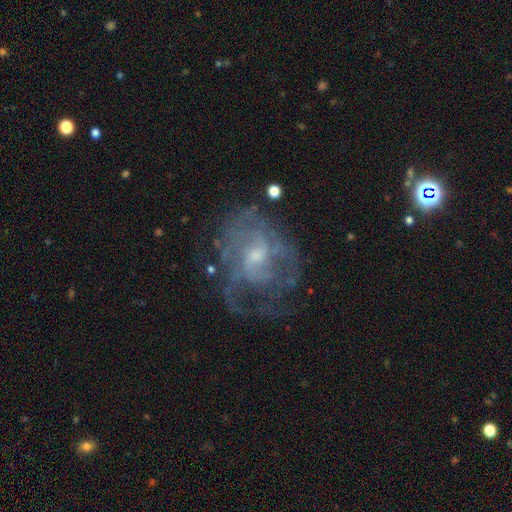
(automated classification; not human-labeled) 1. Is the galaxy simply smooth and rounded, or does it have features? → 78% featured or disk, 13% smooth, 9% star or artifact.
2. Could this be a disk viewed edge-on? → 97% no, 3% yes.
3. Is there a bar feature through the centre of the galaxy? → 52% no, 42% weak, 6% strong.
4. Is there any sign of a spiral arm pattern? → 77% yes, 23% no.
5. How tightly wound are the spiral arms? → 42% medium, 34% tight, 24% loose.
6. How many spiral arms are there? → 46% can't tell, 21% 2, 14% 3, 8% 1, 7% 4, 4% more than 4.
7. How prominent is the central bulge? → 57% small, 34% moderate, 6% none, 2% large, 1% dominant.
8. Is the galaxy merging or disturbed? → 48% none, 29% major disturbance, 21% minor disturbance, 3% merger.